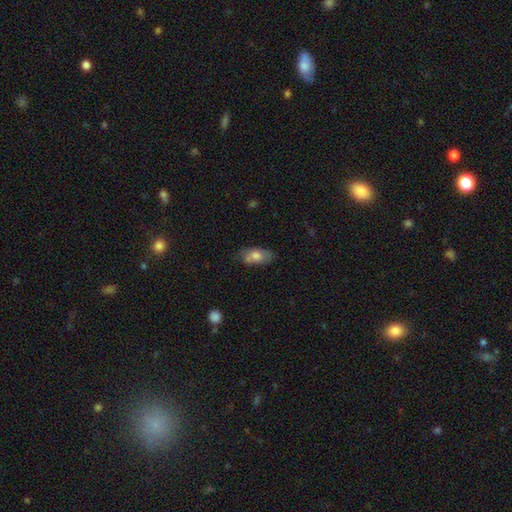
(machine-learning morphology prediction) Smooth or featured? Predicted: smooth (p=0.70). How rounded? Predicted: in between (p=0.89). Merging? Predicted: none (p=0.63).